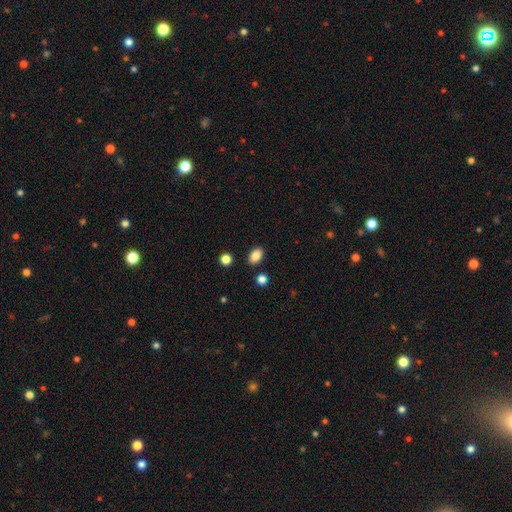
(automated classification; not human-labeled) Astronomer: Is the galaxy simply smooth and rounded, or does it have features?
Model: smooth — 85%.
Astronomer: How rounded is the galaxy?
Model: in between — 84%.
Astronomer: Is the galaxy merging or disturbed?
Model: none — 87%.